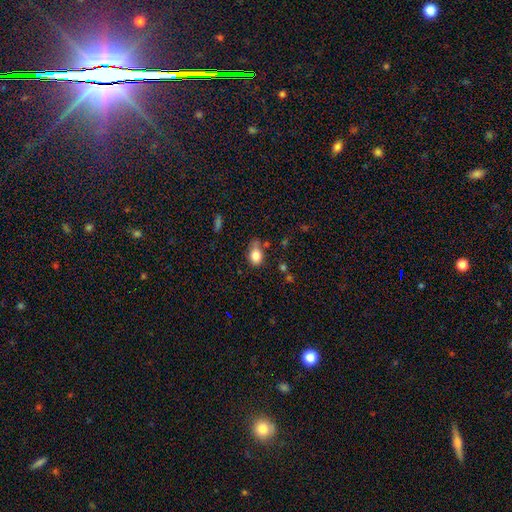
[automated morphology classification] Smooth or featured? Predicted: smooth (p=0.83). How rounded? Predicted: in between (p=0.70). Merging? Predicted: none (p=0.50).